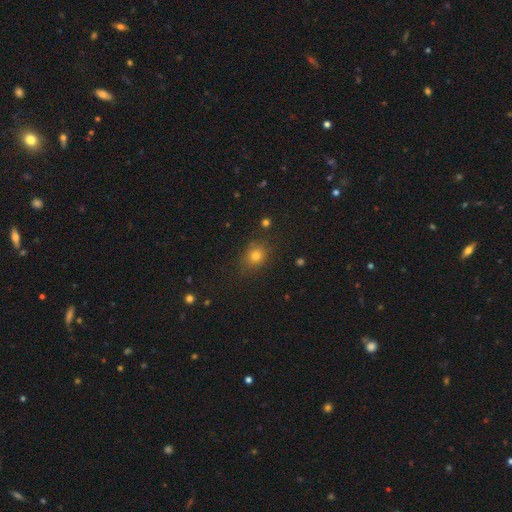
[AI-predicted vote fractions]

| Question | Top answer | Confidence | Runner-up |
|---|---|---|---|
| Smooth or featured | smooth | 76% | star or artifact (17%) |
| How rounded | round | 66% | in between (33%) |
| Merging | none | 82% | minor disturbance (12%) |